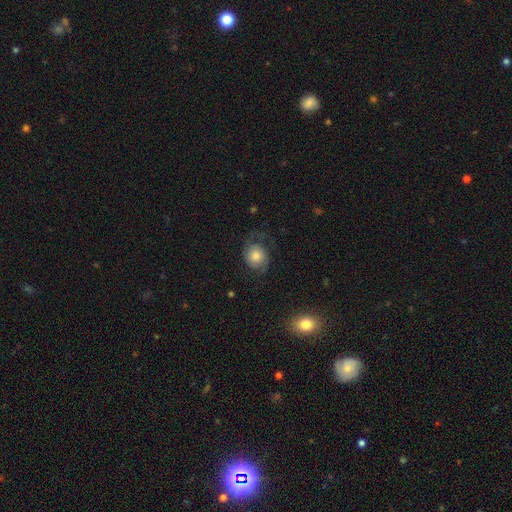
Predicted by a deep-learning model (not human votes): Morphology: type=smooth (54%); roundness=round (69%); merging=none (56%).